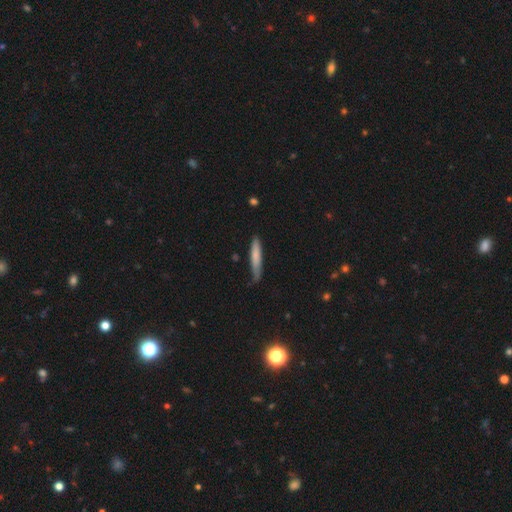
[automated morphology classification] smooth_or_featured: smooth (p=0.75) [alt: featured or disk p=0.20]
how_rounded: cigar-shaped (p=0.92) [alt: in between p=0.06]
merging: none (p=0.66) [alt: minor disturbance p=0.27]